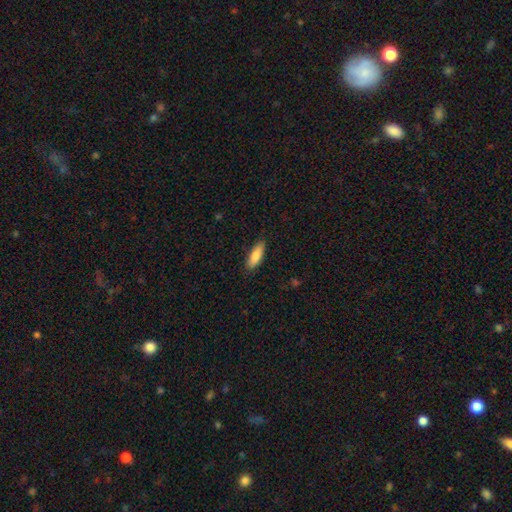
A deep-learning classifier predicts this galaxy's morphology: type=smooth (85%); roundness=in between (55%); merging=none (87%).